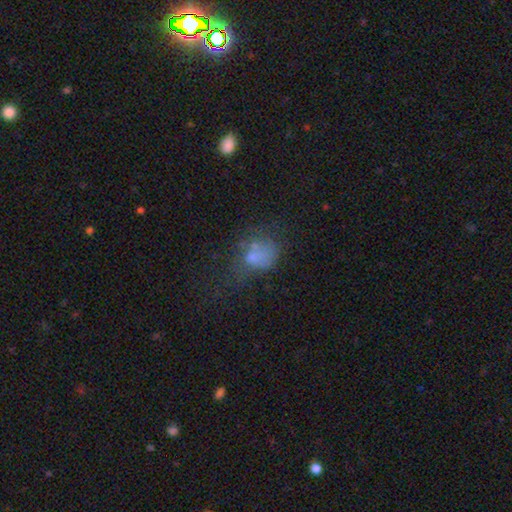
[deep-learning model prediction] Smooth or featured? Predicted: smooth (p=0.57). How rounded? Predicted: in between (p=0.56). Merging? Predicted: none (p=0.32, tied with major disturbance).